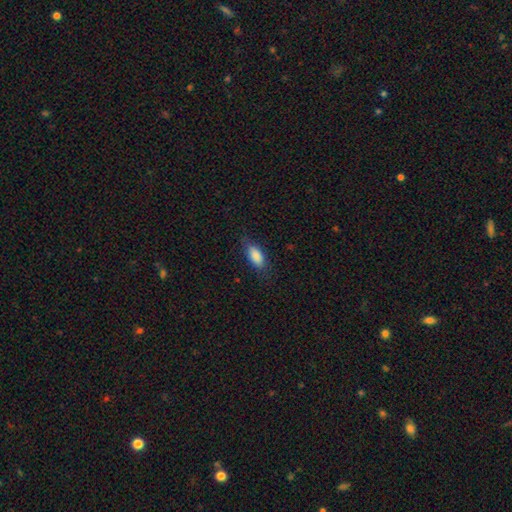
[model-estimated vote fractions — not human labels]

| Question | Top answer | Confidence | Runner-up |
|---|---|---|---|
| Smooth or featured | smooth | 86% | featured or disk (8%) |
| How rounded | in between | 84% | cigar-shaped (14%) |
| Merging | none | 77% | minor disturbance (17%) |